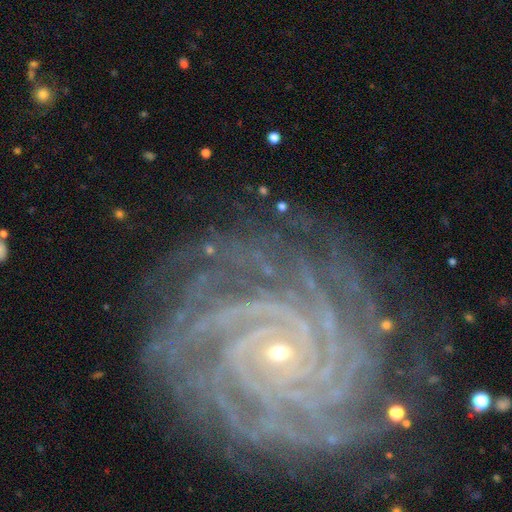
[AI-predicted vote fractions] This appears to be a featured or disk galaxy (91%) with no bar (65%), more than 4 (35%) tight (85%) spiral arms (99%) and a small central bulge (82%). Merging: none (78%).